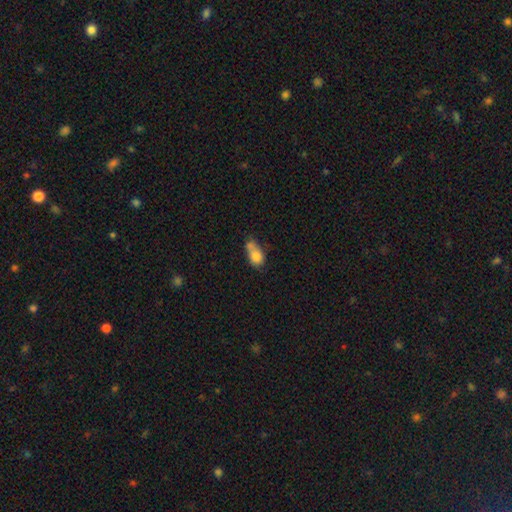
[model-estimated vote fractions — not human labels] A smooth galaxy with no disk features (76%) that is in between round and cigar-shaped (73%). Merging: merger (37%).